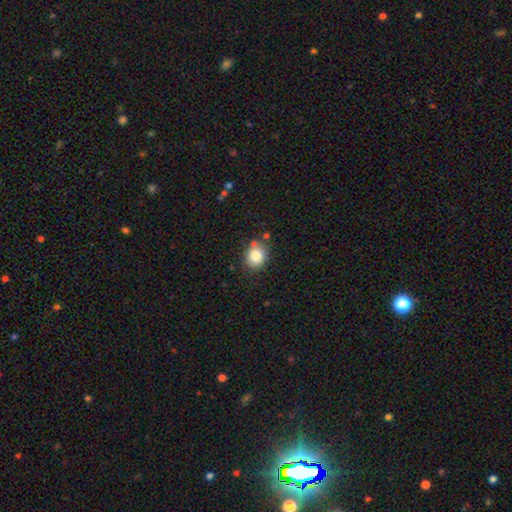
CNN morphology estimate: Smooth or featured? Predicted: smooth (p=0.81). How rounded? Predicted: round (p=0.64). Merging? Predicted: none (p=0.76).